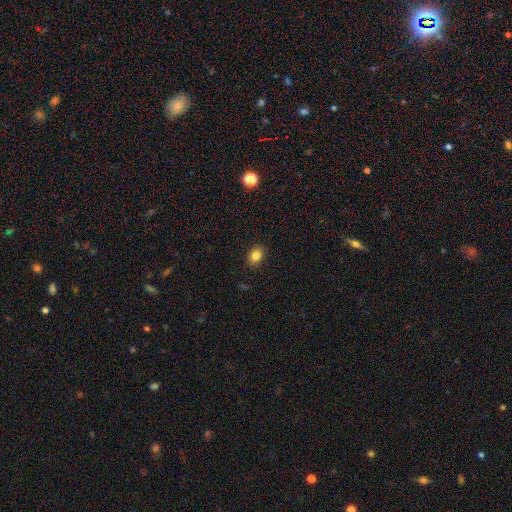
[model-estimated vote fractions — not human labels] A smooth galaxy with no disk features (84%) that is in between round and cigar-shaped (65%).

Vote fractions:
- Smooth or featured? smooth: 84% / star or artifact: 10% / featured or disk: 5%
- How rounded? in between: 65% / round: 34% / cigar-shaped: 1%
- Merging? none: 88% / minor disturbance: 9% / major disturbance: 2% / merger: 1%